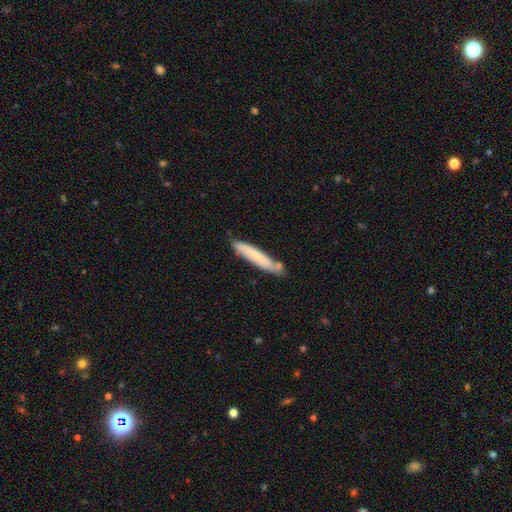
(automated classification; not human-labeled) Q: Smooth or featured?
A: smooth (64%); runner-up: featured or disk (30%)
Q: How rounded?
A: cigar-shaped (91%); runner-up: in between (8%)
Q: Merging?
A: none (72%); runner-up: minor disturbance (18%)